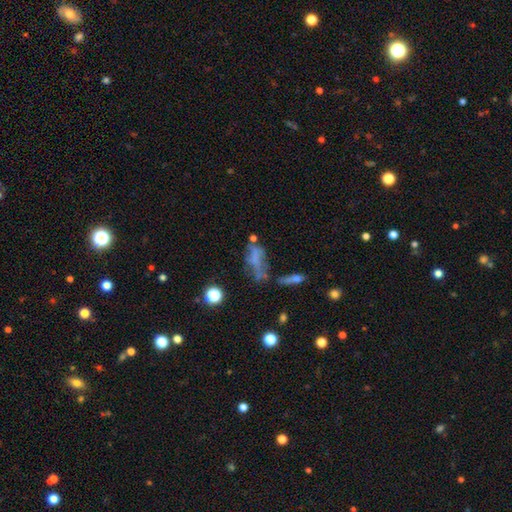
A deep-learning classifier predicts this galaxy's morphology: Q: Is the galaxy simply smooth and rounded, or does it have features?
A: smooth — 40%.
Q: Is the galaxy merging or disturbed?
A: major disturbance — 32%.